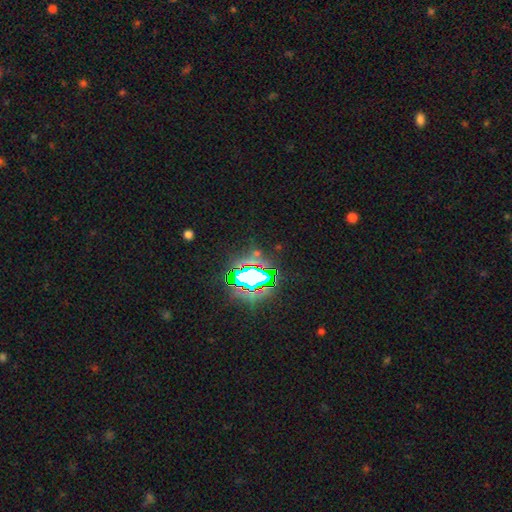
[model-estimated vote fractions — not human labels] Smooth or featured?
  - star or artifact: 76% *
  - smooth: 13%
  - featured or disk: 11%